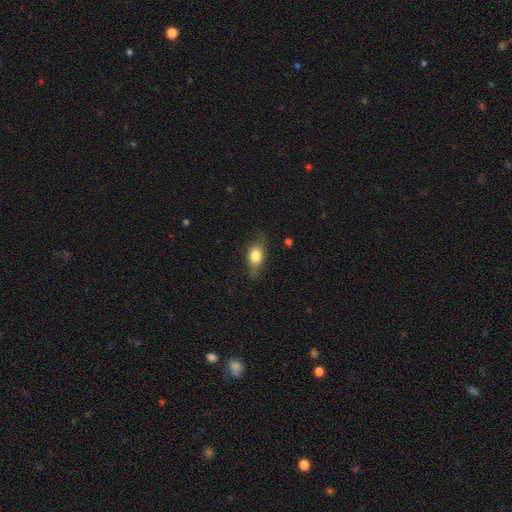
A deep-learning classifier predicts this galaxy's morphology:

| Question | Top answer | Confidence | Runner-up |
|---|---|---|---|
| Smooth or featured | smooth | 76% | featured or disk (16%) |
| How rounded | in between | 78% | round (15%) |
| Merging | none | 64% | minor disturbance (27%) |